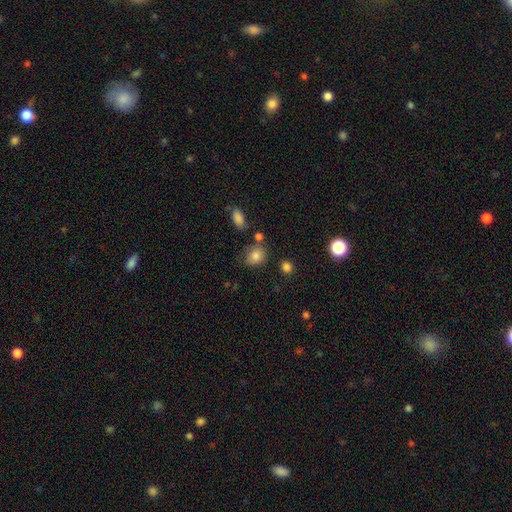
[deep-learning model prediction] smooth 83%, star or artifact 11%, featured or disk 6%. Down the decision tree: how rounded — round (57%); merging — none (67%).